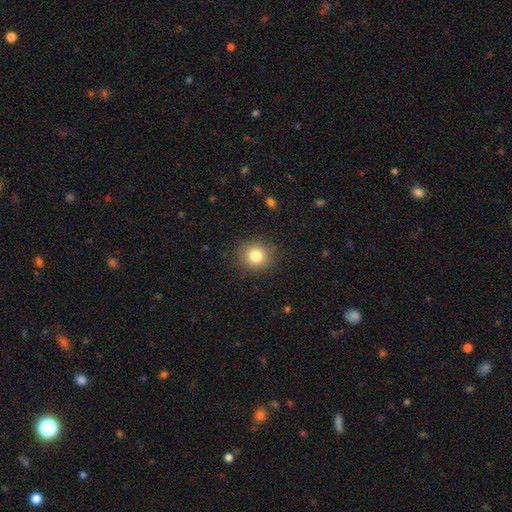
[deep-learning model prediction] Morphology: type=smooth (83%); roundness=round (88%); merging=none (88%).